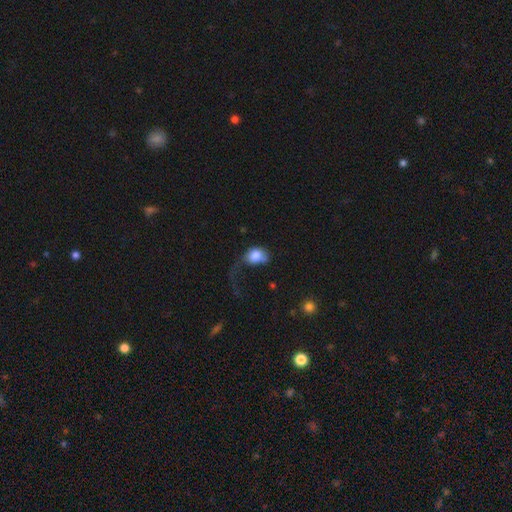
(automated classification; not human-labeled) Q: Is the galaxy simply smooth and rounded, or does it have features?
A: smooth — 75%.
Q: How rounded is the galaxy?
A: in between — 54%.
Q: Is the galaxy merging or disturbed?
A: major disturbance — 56%.